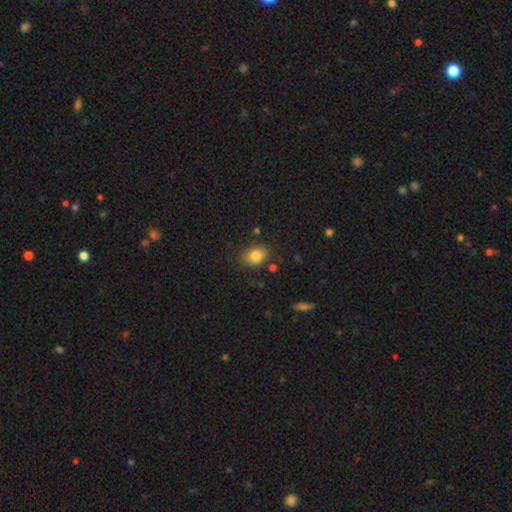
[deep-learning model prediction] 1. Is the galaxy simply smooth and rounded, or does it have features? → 83% smooth, 10% star or artifact, 7% featured or disk.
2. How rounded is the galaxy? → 66% in between, 33% round, 1% cigar-shaped.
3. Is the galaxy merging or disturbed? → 79% none, 14% minor disturbance, 4% major disturbance, 3% merger.